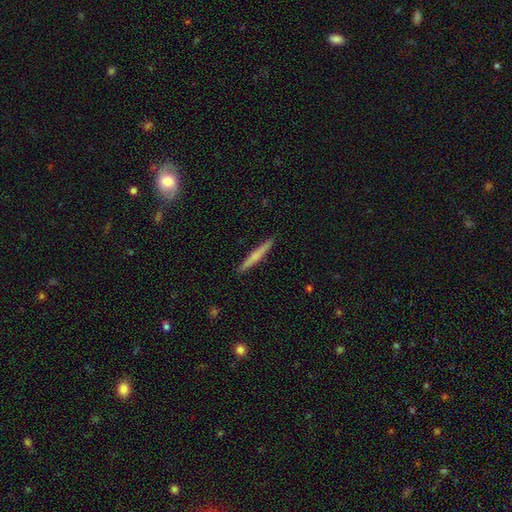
Morphology: type=smooth (69%); roundness=cigar-shaped (96%); merging=none (95%).